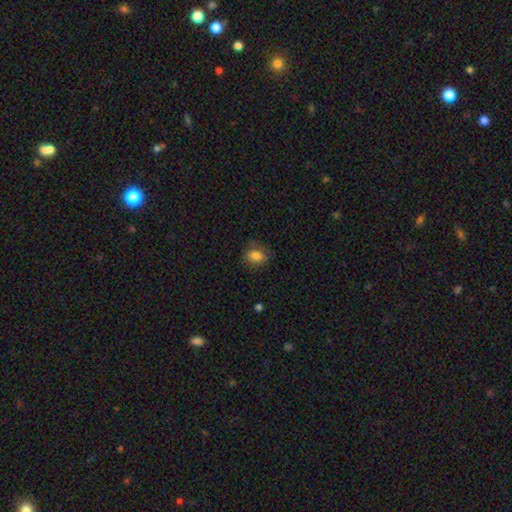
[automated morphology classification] smooth 82%, star or artifact 10%, featured or disk 8%. Down the decision tree: how rounded — in between (67%); merging — none (75%).